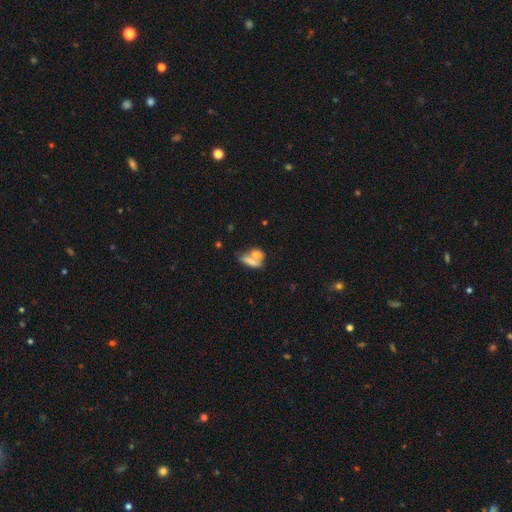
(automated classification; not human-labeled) This is likely a smooth galaxy (69%). How rounded: possibly in between (59%). Merging: possibly merger (55%).